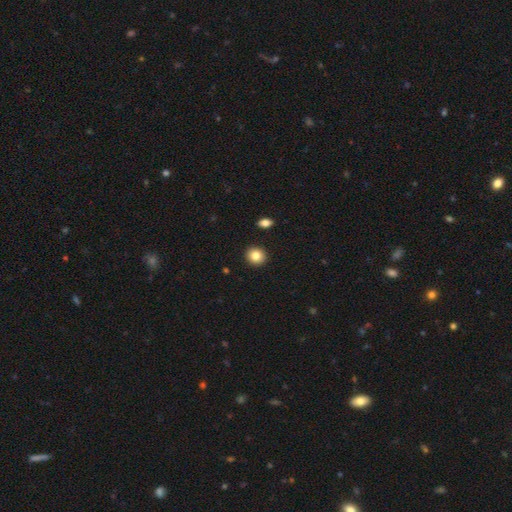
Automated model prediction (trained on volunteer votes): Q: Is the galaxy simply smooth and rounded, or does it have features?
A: smooth — 84%.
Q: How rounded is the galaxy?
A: round — 83%.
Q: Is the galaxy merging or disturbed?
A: none — 92%.